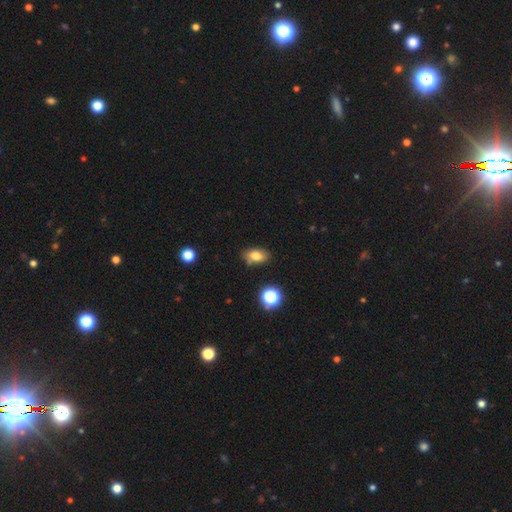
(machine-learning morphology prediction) type=smooth (77%); roundness=in between (85%); merging=none (77%).